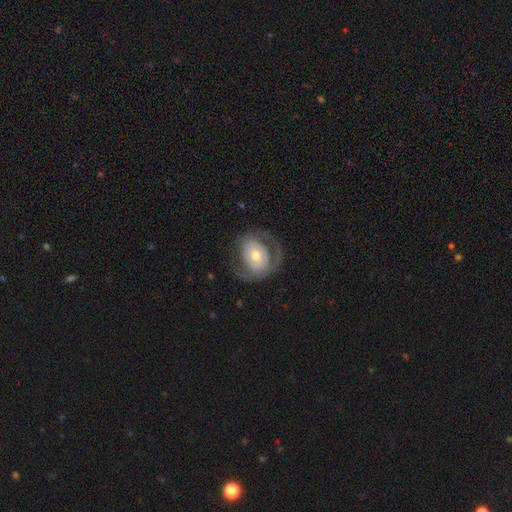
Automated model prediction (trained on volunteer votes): Morphology: type=featured or disk (64%); edge-on=no (96%); bar=no (64%); spiral arms=yes (66%); bulge=moderate (62%); merging=none (59%).